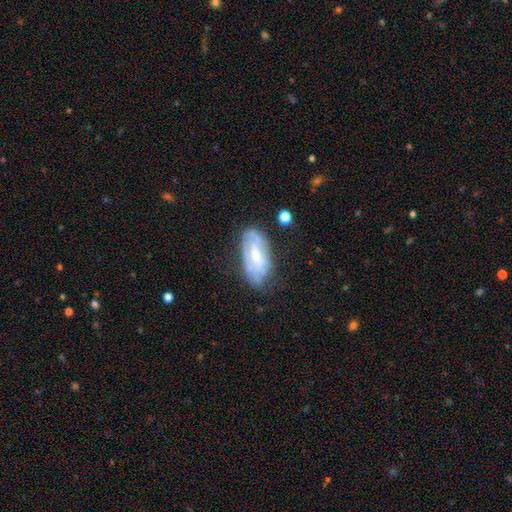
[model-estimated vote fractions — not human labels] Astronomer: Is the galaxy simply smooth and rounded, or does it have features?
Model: featured or disk — 61%.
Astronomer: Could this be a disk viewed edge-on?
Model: no — 89%.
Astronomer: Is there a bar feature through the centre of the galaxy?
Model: weak — 45% (runner-up: no, 33%).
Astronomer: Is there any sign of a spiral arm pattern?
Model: yes — 68%.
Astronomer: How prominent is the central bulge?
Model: small — 49% (runner-up: moderate, 43%).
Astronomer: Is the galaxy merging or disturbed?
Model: none — 63%.